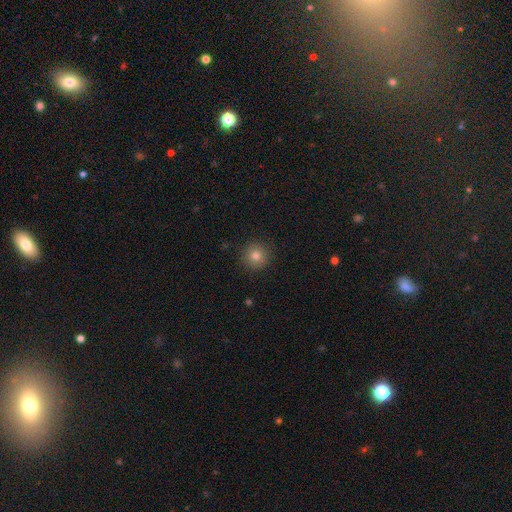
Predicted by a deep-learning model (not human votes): Q: Smooth or featured?
A: smooth (81%); runner-up: star or artifact (12%)
Q: How rounded?
A: round (94%); runner-up: in between (5%)
Q: Merging?
A: none (91%); runner-up: minor disturbance (6%)